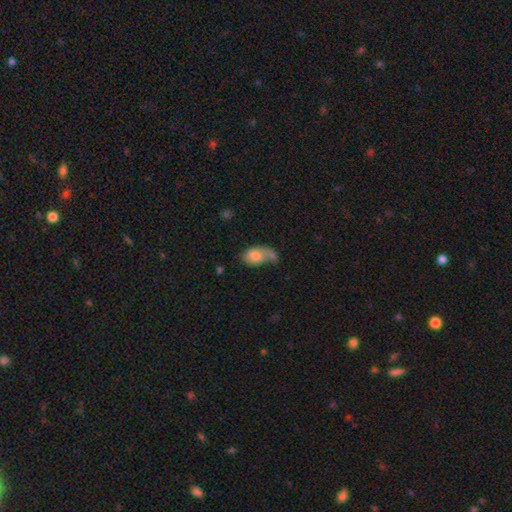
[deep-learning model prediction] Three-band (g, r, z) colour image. It shows a smooth galaxy with no disk features (70%) that is in between round and cigar-shaped (88%). Merging: merger (28%).